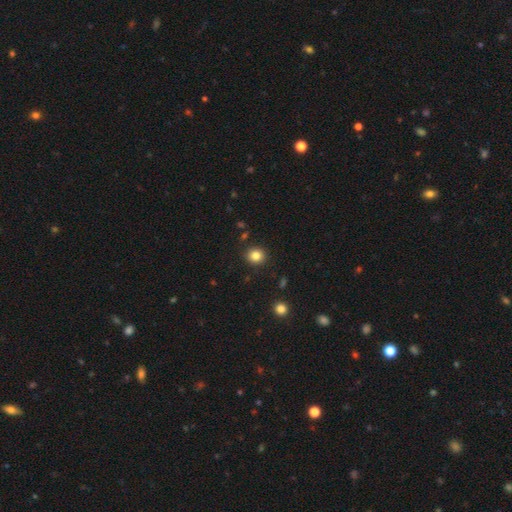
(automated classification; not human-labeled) smooth_or_featured: smooth (p=0.83) [alt: star or artifact p=0.11]
how_rounded: round (p=0.84) [alt: in between p=0.15]
merging: none (p=0.90) [alt: minor disturbance p=0.06]